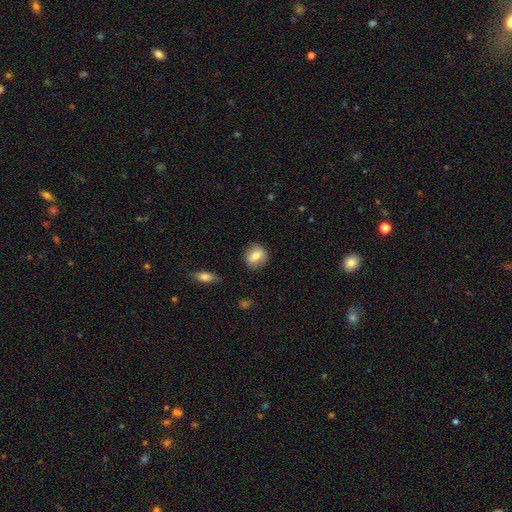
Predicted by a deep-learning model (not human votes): smooth-or-featured: smooth: 74% | featured or disk: 18% | star or artifact: 8%
  how-rounded: round: 70% | in between: 28% | cigar-shaped: 2%
  merging: none: 84% | minor disturbance: 11% | major disturbance: 3% | merger: 2%